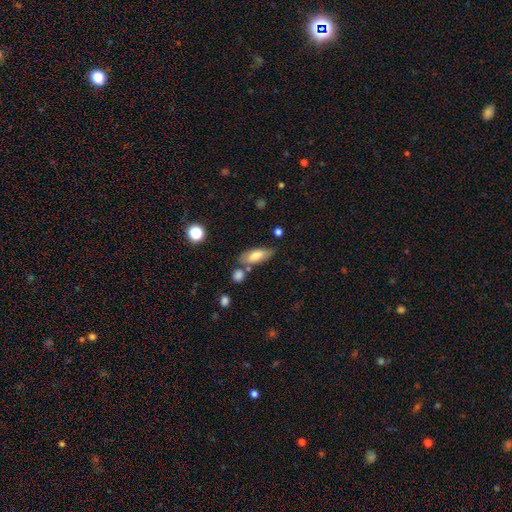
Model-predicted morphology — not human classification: smooth 72%, featured or disk 21%, star or artifact 7%. Down the decision tree: how rounded — in between (76%); merging — none (70%).